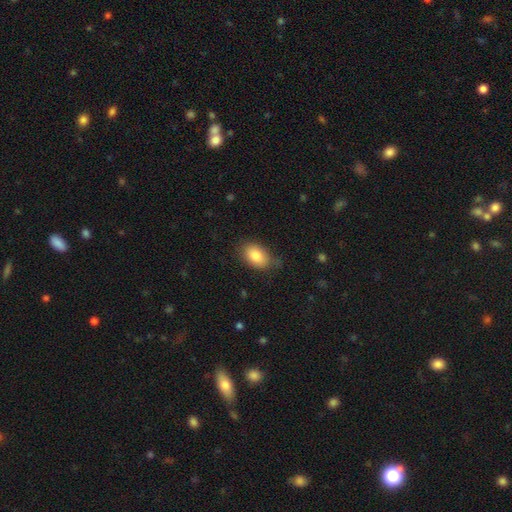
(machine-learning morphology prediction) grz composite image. It shows a smooth galaxy with no disk features (84%) that is in between round and cigar-shaped (89%). Merging: none (75%).